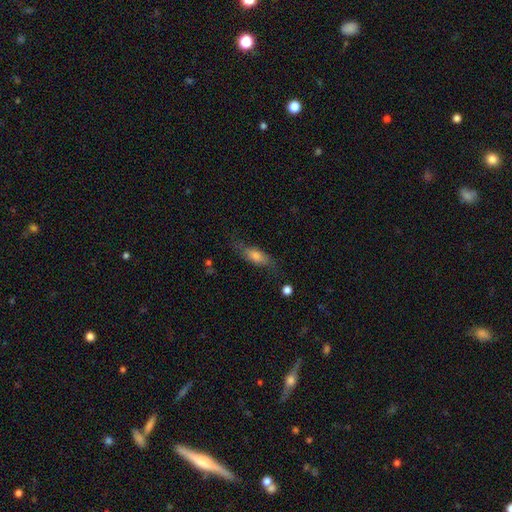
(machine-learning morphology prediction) A smooth galaxy with no disk features (59%) that is in between round and cigar-shaped (59%).

Vote fractions:
- Smooth or featured? smooth: 59% / featured or disk: 32% / star or artifact: 9%
- How rounded? in between: 59% / cigar-shaped: 37% / round: 4%
- Merging? none: 65% / minor disturbance: 23% / major disturbance: 10% / merger: 2%